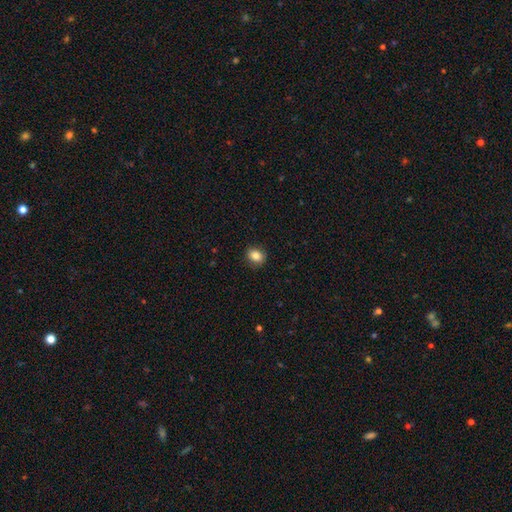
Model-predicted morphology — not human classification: Q: Smooth or featured?
A: smooth (84%); runner-up: star or artifact (10%)
Q: How rounded?
A: in between (50%); runner-up: round (49%)
Q: Merging?
A: none (88%); runner-up: minor disturbance (9%)